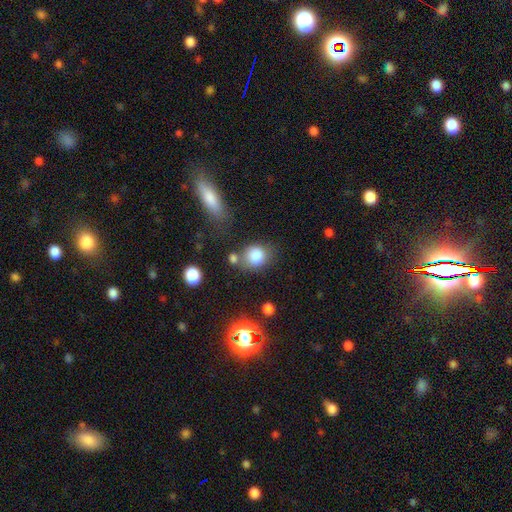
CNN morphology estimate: smooth_or_featured: smooth (p=0.82) [alt: star or artifact p=0.10]
how_rounded: round (p=0.60) [alt: in between p=0.39]
merging: none (p=0.58) [alt: minor disturbance p=0.18]